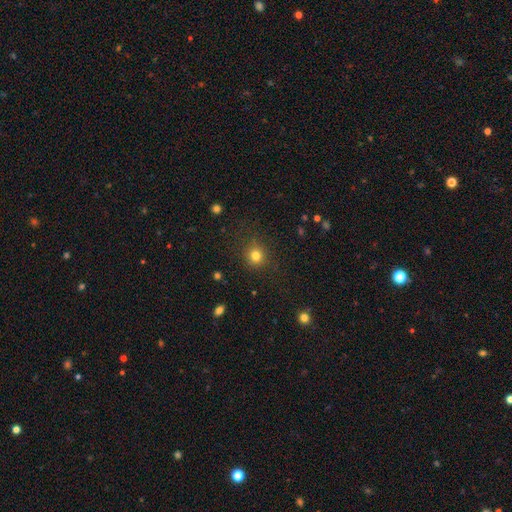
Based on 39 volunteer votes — A smooth galaxy with no disk features (92%) that is round (83%).

Vote fractions:
- Smooth or featured? smooth: 92% / star or artifact: 5% / featured or disk: 3%
- How rounded? round: 83% / in between: 17% / cigar-shaped: 0%
- Merging? none: 73% / minor disturbance: 19% / merger: 5% / major disturbance: 3%